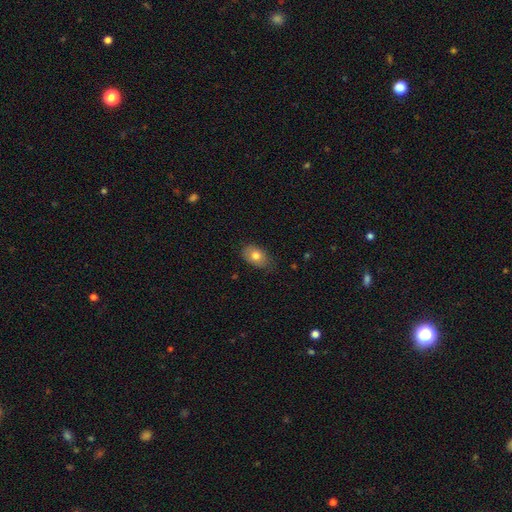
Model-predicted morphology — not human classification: The model was most divided on "merging": none: 72%, minor disturbance: 23%, major disturbance: 4%, merger: 1%. More confident: how rounded — in between (85%); smooth or featured — smooth (77%).